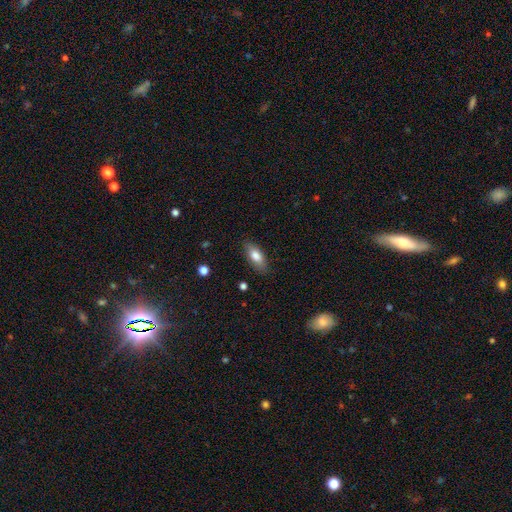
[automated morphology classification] A smooth galaxy with no disk features (78%) that is in between round and cigar-shaped (79%). Merging: none (83%).